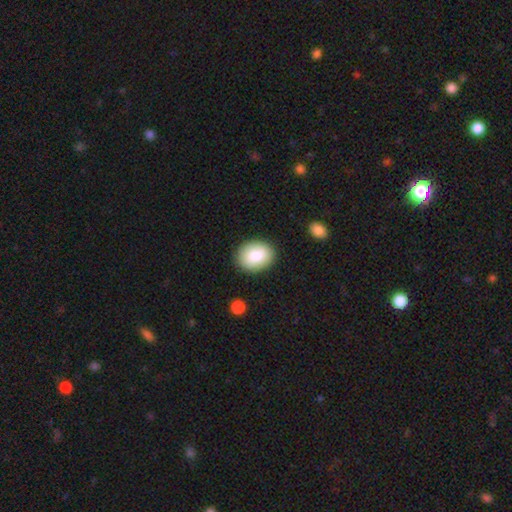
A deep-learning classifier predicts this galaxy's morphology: smooth-or-featured: smooth: 86% | featured or disk: 8% | star or artifact: 7%
  how-rounded: in between: 58% | round: 41% | cigar-shaped: 1%
  merging: none: 87% | minor disturbance: 9% | major disturbance: 2% | merger: 2%